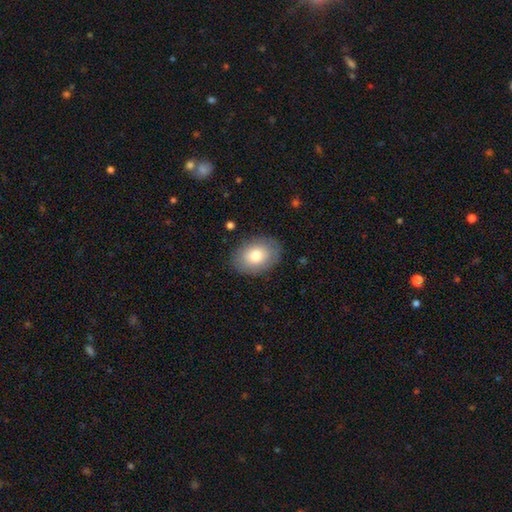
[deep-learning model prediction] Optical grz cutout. It shows a smooth galaxy with no disk features (76%) that is in between round and cigar-shaped (71%). Merging: none (85%).